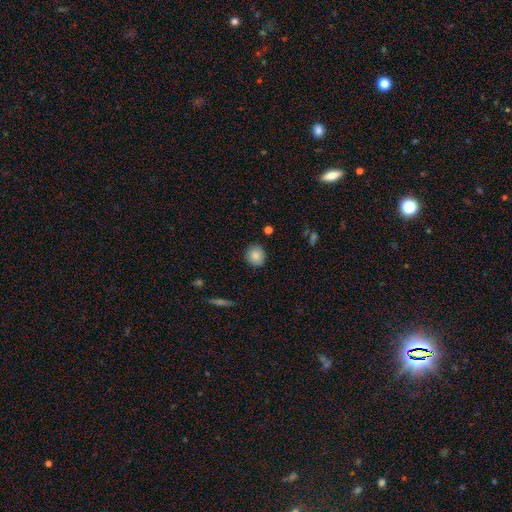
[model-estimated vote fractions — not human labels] Smooth or featured? smooth (85%)
How rounded? round (90%)
Merging? none (89%)